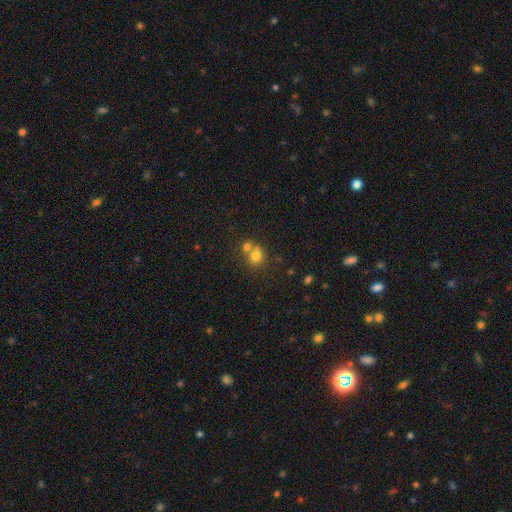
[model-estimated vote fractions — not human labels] Smooth or featured? Predicted: smooth (p=0.74). How rounded? Predicted: round (p=0.81). Merging? Predicted: merger (p=0.49).